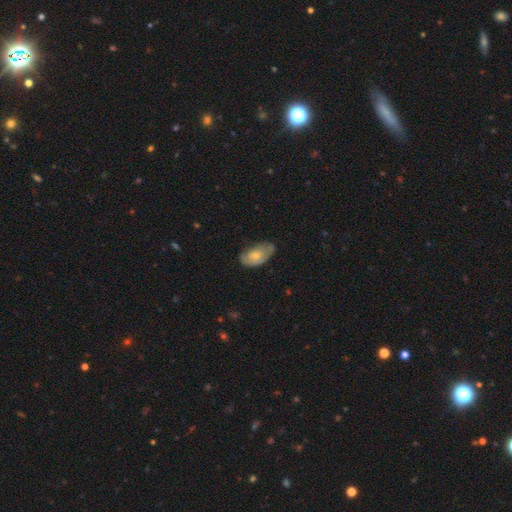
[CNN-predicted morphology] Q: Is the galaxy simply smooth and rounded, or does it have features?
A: smooth — 59%.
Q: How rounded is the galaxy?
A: in between — 92%.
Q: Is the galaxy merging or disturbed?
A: none — 57%.